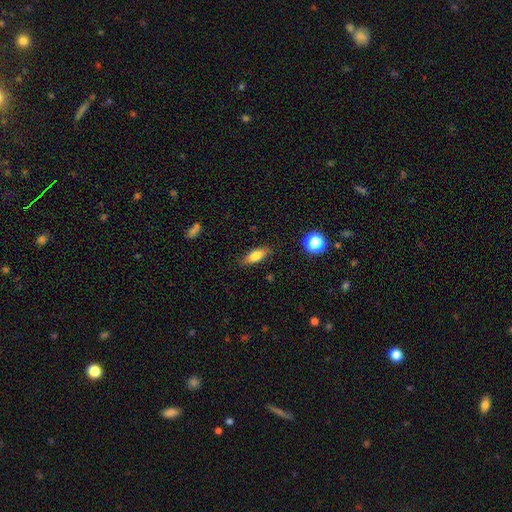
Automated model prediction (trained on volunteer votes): A smooth galaxy with no disk features (78%) that is in between round and cigar-shaped (71%).

Vote fractions:
- Smooth or featured? smooth: 78% / featured or disk: 14% / star or artifact: 8%
- How rounded? in between: 71% / cigar-shaped: 24% / round: 4%
- Merging? none: 83% / minor disturbance: 12% / major disturbance: 3% / merger: 1%